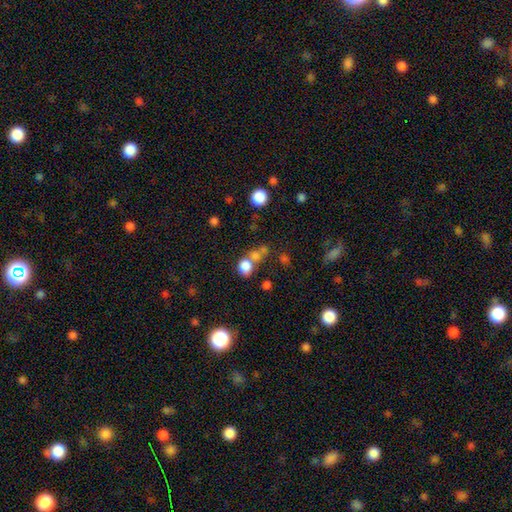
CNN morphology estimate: A smooth galaxy with no disk features (76%) that is round (72%).

Vote fractions:
- Smooth or featured? smooth: 76% / star or artifact: 15% / featured or disk: 9%
- How rounded? round: 72% / in between: 27% / cigar-shaped: 2%
- Merging? none: 44% / merger: 39% / minor disturbance: 10% / major disturbance: 7%